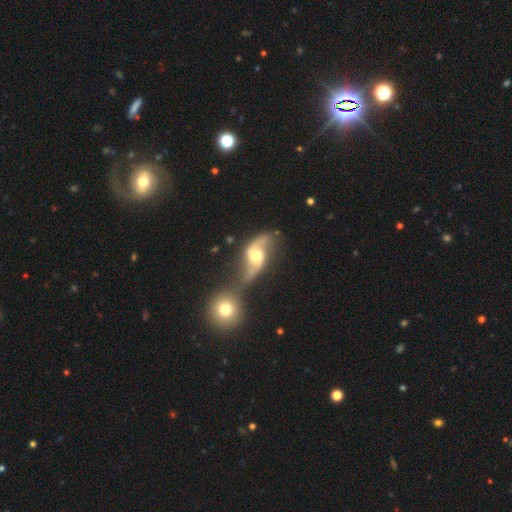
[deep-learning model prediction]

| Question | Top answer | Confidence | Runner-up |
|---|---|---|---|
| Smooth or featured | featured or disk | 86% | smooth (9%) |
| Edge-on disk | no | 96% | yes (4%) |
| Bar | no | 50% | weak (39%) |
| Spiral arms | yes | 96% | no (4%) |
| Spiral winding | loose | 71% | medium (23%) |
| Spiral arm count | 2 | 93% | can't tell (2%) |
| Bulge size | moderate | 67% | small (16%) |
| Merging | none | 42% | merger (32%) |